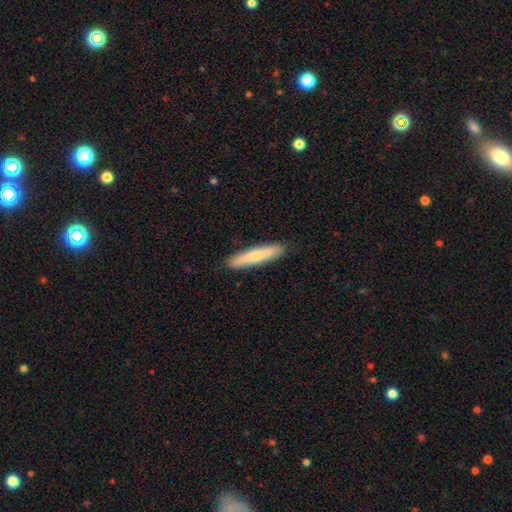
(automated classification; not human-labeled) This is likely a smooth galaxy (62%). How rounded: clearly cigar-shaped (92%). Merging: clearly none (90%).